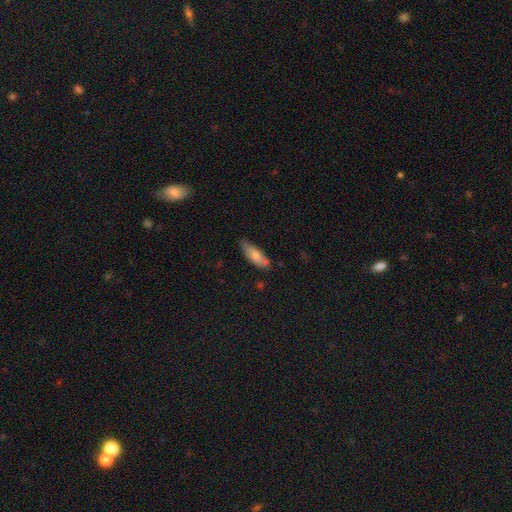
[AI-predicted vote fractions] This is likely a smooth galaxy (74%). How rounded: likely in between (65%). Merging: likely none (65%).